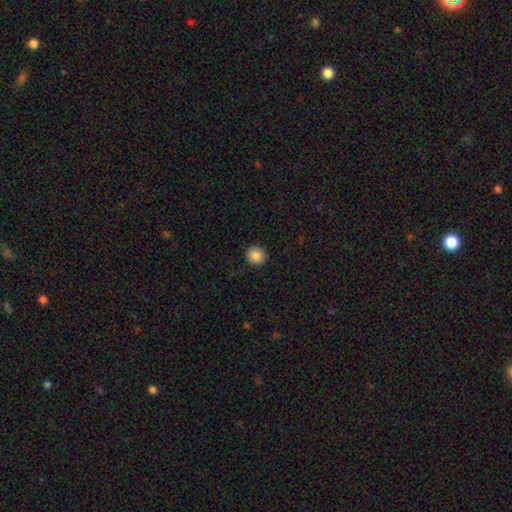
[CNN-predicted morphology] Smooth or featured: smooth — 87% (star or artifact — 9%)
How rounded: round — 90% (in between — 10%)
Merging: none — 91% (minor disturbance — 6%)